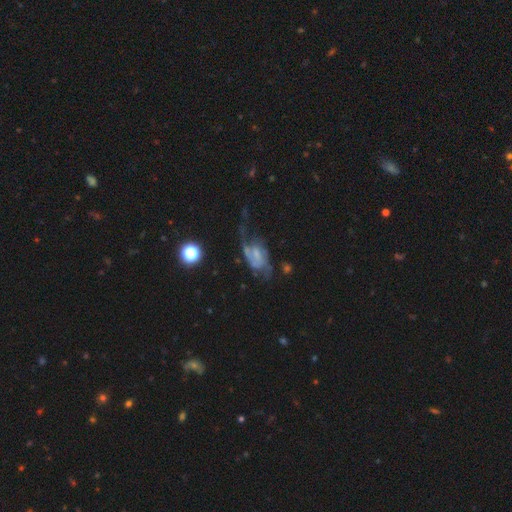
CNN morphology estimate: featured or disk 74%, smooth 17%, star or artifact 9%. Down the decision tree: edge-on disk — no (96%); bar — weak (45%); spiral arms — yes (88%); spiral arm count — 2 (62%); spiral winding — medium (41%, tied with loose); bulge size — small (36%, tied with none); merging — major disturbance (40%).